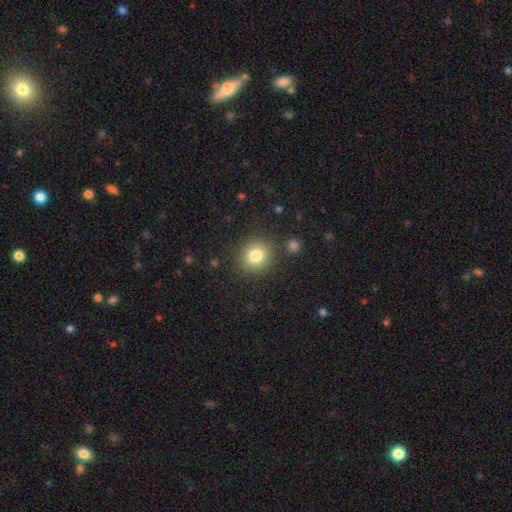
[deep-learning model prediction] smooth-or-featured: smooth: 82% | star or artifact: 11% | featured or disk: 7%
  how-rounded: round: 82% | in between: 17% | cigar-shaped: 1%
  merging: none: 86% | minor disturbance: 8% | merger: 3% | major disturbance: 3%